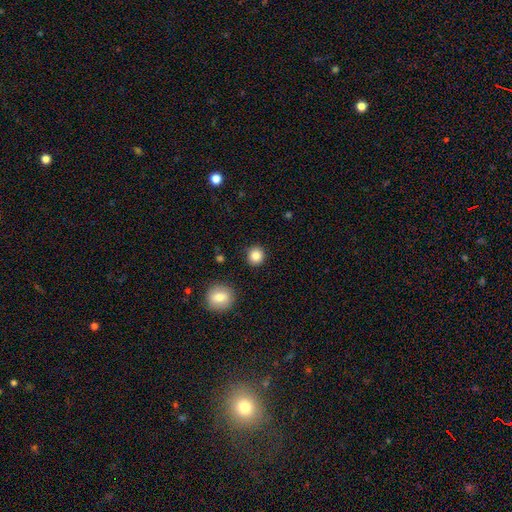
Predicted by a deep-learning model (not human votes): smooth_or_featured: smooth (p=0.85) [alt: star or artifact p=0.10]
how_rounded: round (p=0.90) [alt: in between p=0.09]
merging: none (p=0.90) [alt: minor disturbance p=0.06]